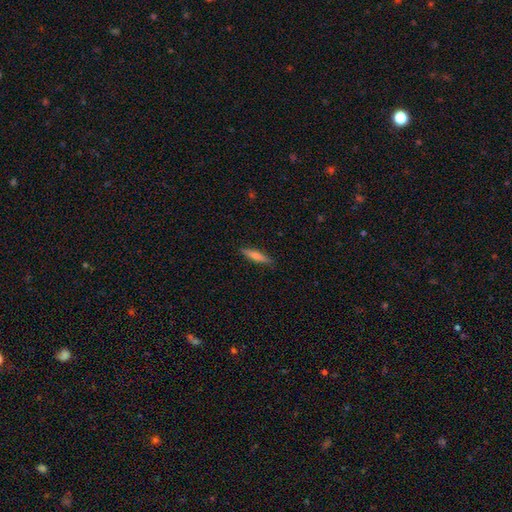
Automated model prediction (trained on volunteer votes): smooth 52%, featured or disk 41%, star or artifact 7%. Down the decision tree: how rounded — cigar-shaped (85%); merging — none (90%).